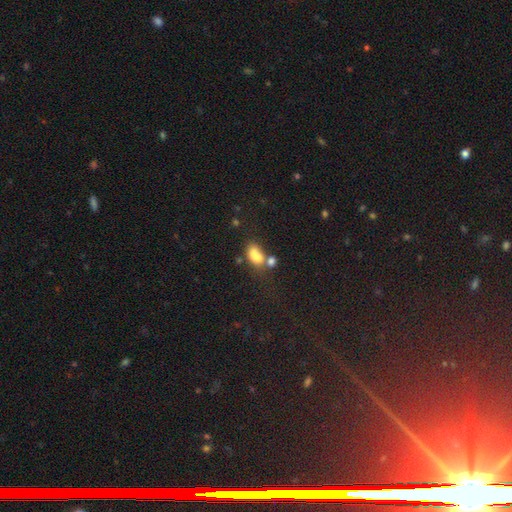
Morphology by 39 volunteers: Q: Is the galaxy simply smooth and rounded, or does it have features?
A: smooth — 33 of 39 (85%).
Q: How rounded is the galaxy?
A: in between — 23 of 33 (70%).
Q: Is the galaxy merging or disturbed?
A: merger — 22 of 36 (61%).